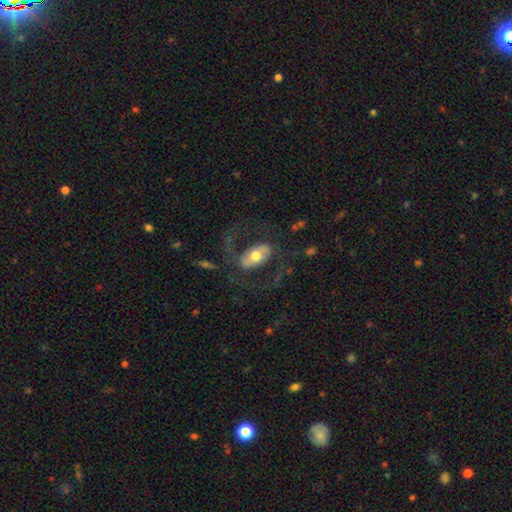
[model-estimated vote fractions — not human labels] This is likely a featured or disk galaxy (64%). It is clearly not viewed edge-on (93%). Bar: marginally strong (34%, tied with no). Spiral arm pattern: likely yes (76%). Central bulge: likely moderate (64%). Merging: likely none (66%).